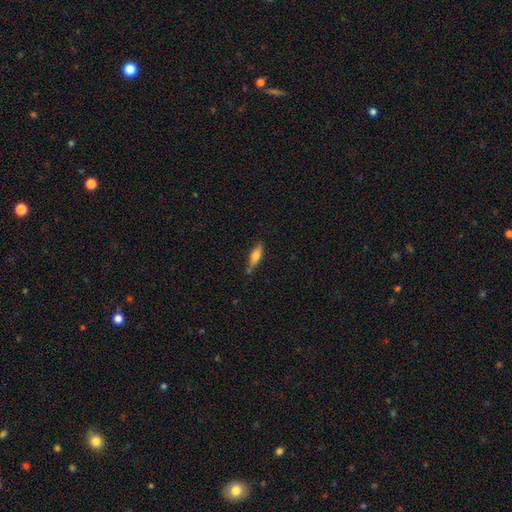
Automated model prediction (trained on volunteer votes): smooth-or-featured: smooth: 58% | featured or disk: 36% | star or artifact: 7%
  how-rounded: cigar-shaped: 59% | in between: 38% | round: 2%
  merging: none: 75% | minor disturbance: 18% | merger: 4% | major disturbance: 3%